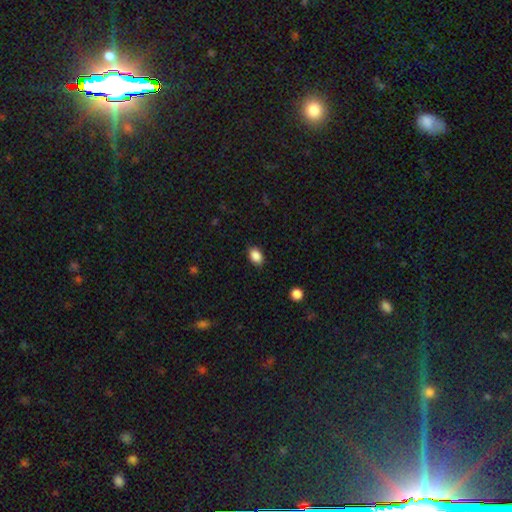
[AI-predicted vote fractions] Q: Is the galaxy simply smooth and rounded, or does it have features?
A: smooth — 88%.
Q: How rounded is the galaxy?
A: in between — 82%.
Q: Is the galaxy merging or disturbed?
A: none — 85%.